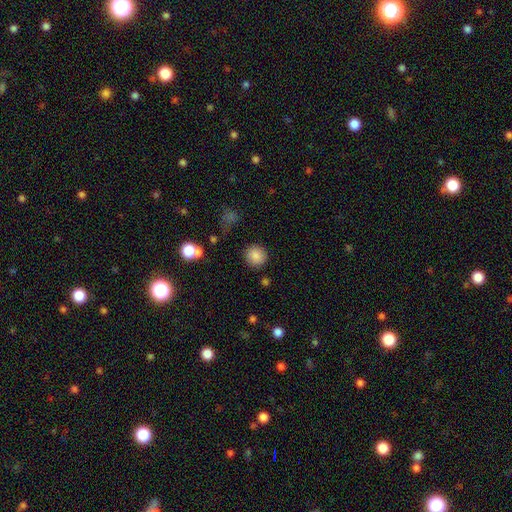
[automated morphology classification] Overall: smooth (85%). How rounded: round (91%). Merging: none (87%).